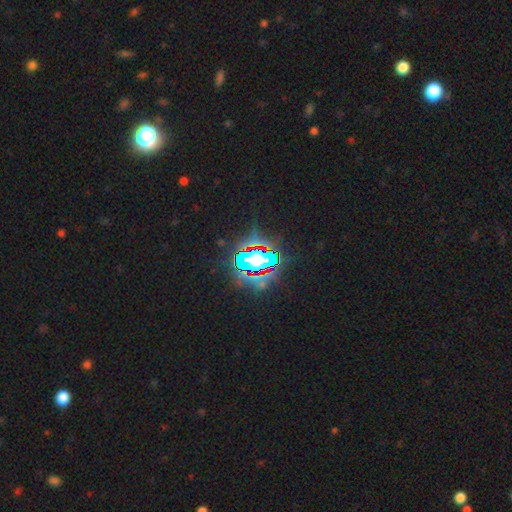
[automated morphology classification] Q: Smooth or featured?
A: star or artifact (78%); runner-up: smooth (11%)